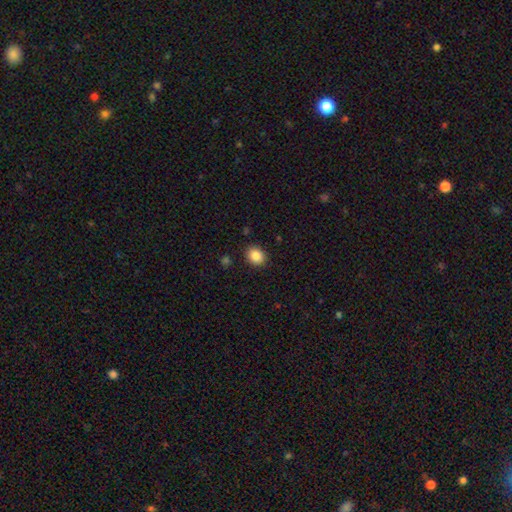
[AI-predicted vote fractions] A smooth galaxy with no disk features (87%) that is round (55%).

Vote fractions:
- Smooth or featured? smooth: 87% / star or artifact: 9% / featured or disk: 4%
- How rounded? round: 55% / in between: 44% / cigar-shaped: 1%
- Merging? none: 88% / minor disturbance: 8% / major disturbance: 2% / merger: 1%